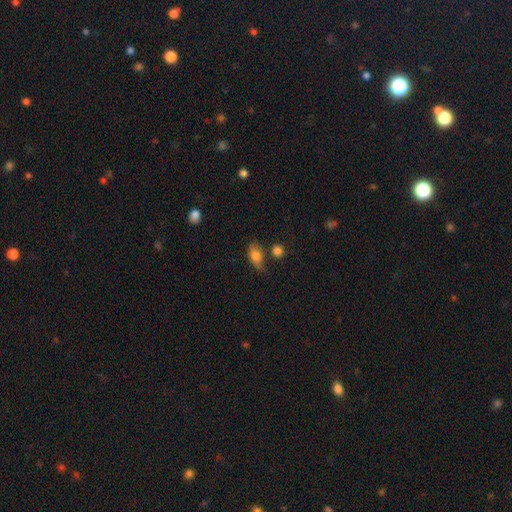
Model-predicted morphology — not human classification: Overall: smooth (76%). How rounded: in between (80%). Merging: none (46%; minor disturbance 31%).